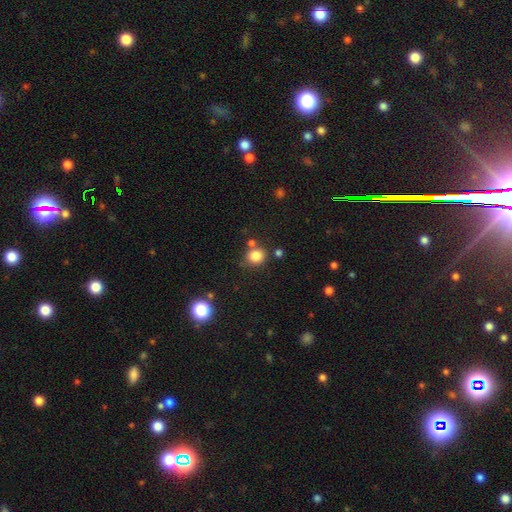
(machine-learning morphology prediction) smooth-or-featured: smooth: 82% | star or artifact: 12% | featured or disk: 6%
  how-rounded: round: 76% | in between: 23% | cigar-shaped: 1%
  merging: none: 70% | minor disturbance: 14% | merger: 12% | major disturbance: 4%